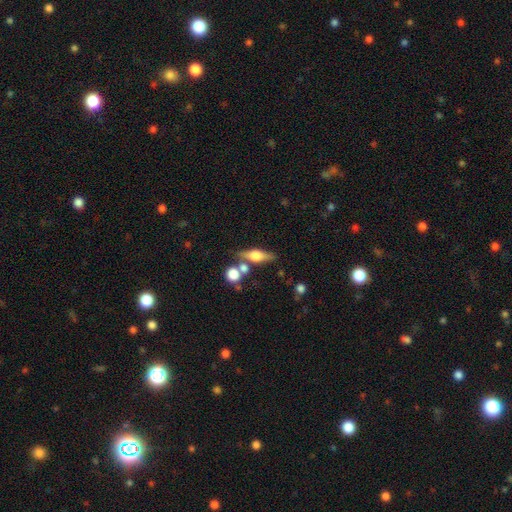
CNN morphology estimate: smooth-or-featured: featured or disk: 54% | smooth: 38% | star or artifact: 8%
  disk-edge-on: yes: 91% | no: 9%
  merging: none: 70% | merger: 15% | minor disturbance: 11% | major disturbance: 4%